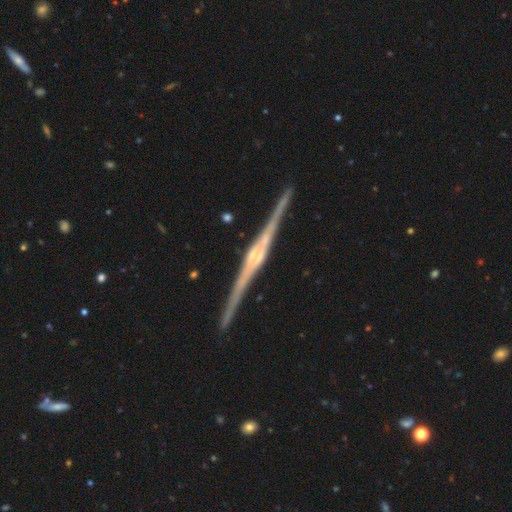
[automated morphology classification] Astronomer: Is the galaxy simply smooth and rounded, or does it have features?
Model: featured or disk — 90%.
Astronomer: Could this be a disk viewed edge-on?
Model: yes — 99%.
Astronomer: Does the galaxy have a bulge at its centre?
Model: rounded — 46% (runner-up: boxy, 42%).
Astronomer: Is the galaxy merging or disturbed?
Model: none — 91%.